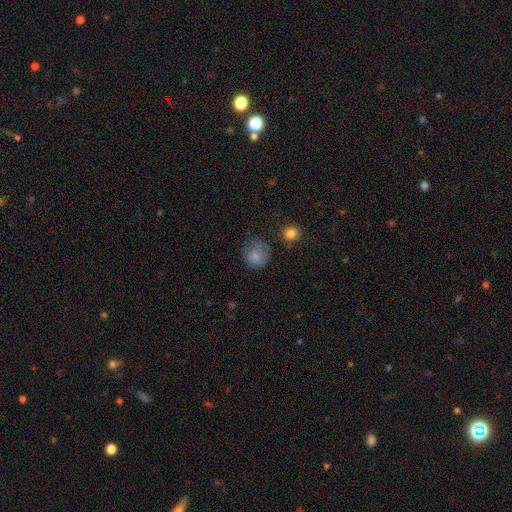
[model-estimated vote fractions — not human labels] Overall: smooth (77%). How rounded: round (81%). Merging: none (61%; minor disturbance 24%).